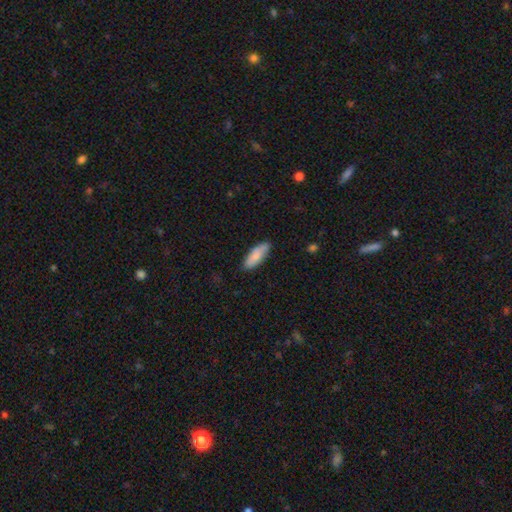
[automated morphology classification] smooth-or-featured: smooth: 84% | featured or disk: 11% | star or artifact: 5%
  how-rounded: in between: 70% | cigar-shaped: 28% | round: 2%
  merging: none: 83% | minor disturbance: 13% | major disturbance: 2% | merger: 1%